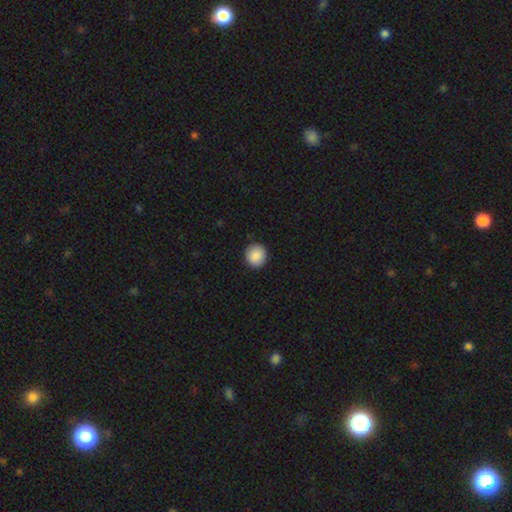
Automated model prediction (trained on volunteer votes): Smooth or featured? Predicted: smooth (p=0.89). How rounded? Predicted: round (p=0.89). Merging? Predicted: none (p=0.91).